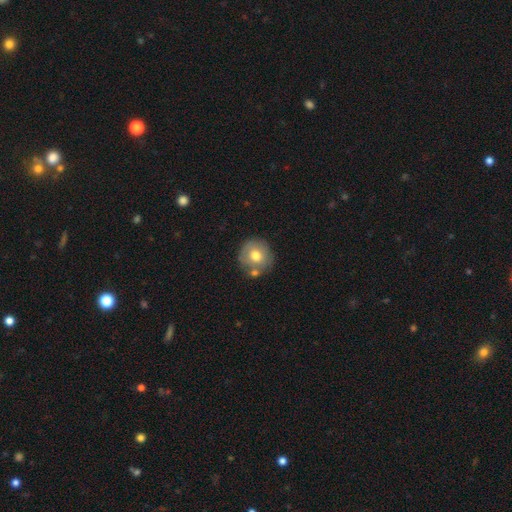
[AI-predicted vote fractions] smooth 70%, featured or disk 22%, star or artifact 8%. Down the decision tree: how rounded — round (91%); merging — none (69%).